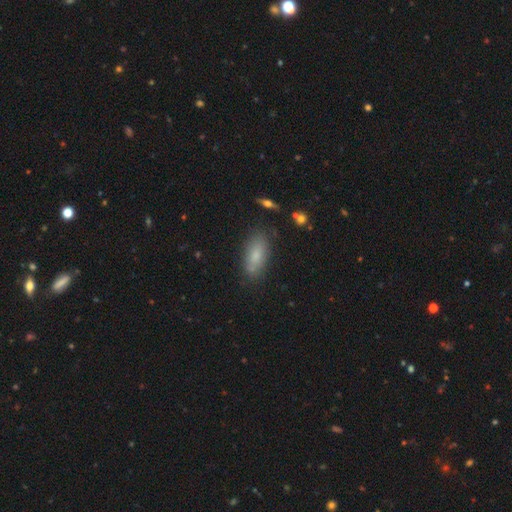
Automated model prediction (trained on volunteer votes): The model was most divided on "smooth or featured": smooth: 75%, featured or disk: 16%, star or artifact: 9%. More confident: how rounded — in between (82%); merging — none (78%).